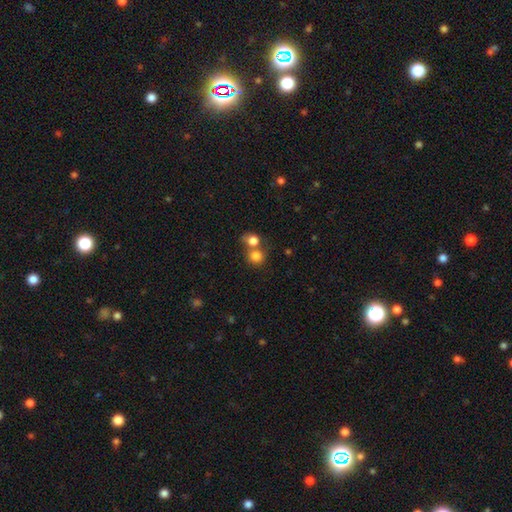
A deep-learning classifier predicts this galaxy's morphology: smooth-or-featured: smooth: 81% | star or artifact: 11% | featured or disk: 8%
  how-rounded: round: 82% | in between: 17% | cigar-shaped: 1%
  merging: merger: 45% | none: 44% | minor disturbance: 7% | major disturbance: 4%